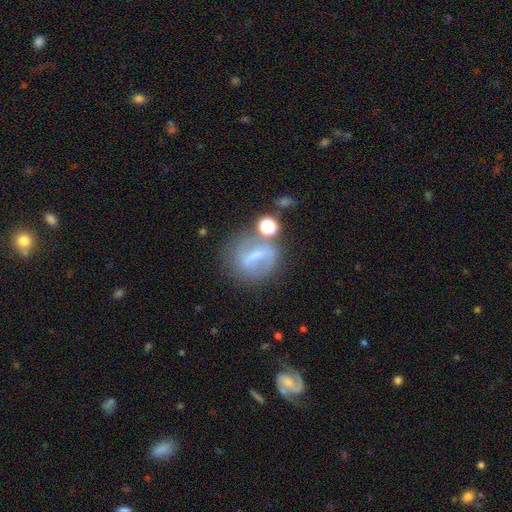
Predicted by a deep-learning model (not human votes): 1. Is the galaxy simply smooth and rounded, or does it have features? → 48% featured or disk, 37% smooth, 14% star or artifact.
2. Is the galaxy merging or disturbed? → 51% none, 20% minor disturbance, 15% major disturbance, 13% merger.